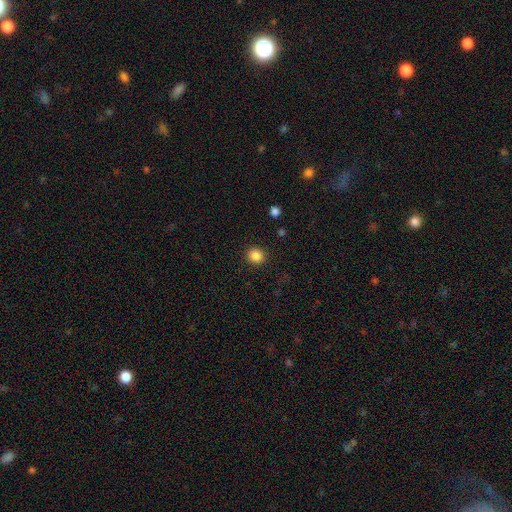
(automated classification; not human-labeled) Smooth or featured: smooth — 86% (star or artifact — 11%)
How rounded: round — 87% (in between — 12%)
Merging: none — 91% (minor disturbance — 6%)